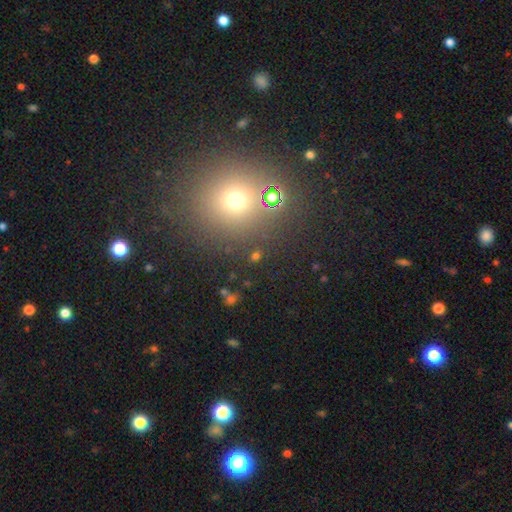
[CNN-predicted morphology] A smooth galaxy with no disk features (48%). Merging: none (83%).